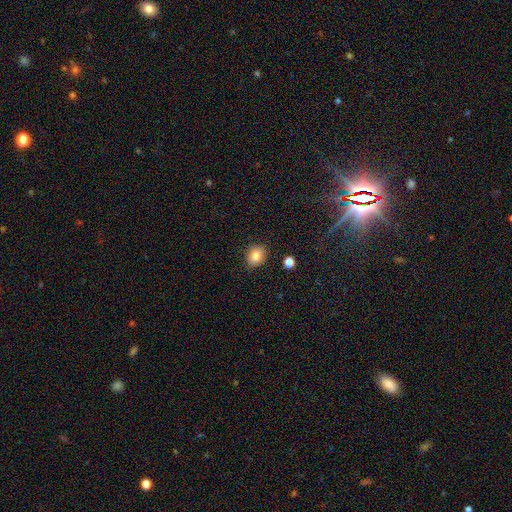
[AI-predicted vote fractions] Smooth or featured? smooth (84%)
How rounded? round (56%)
Merging? none (84%)